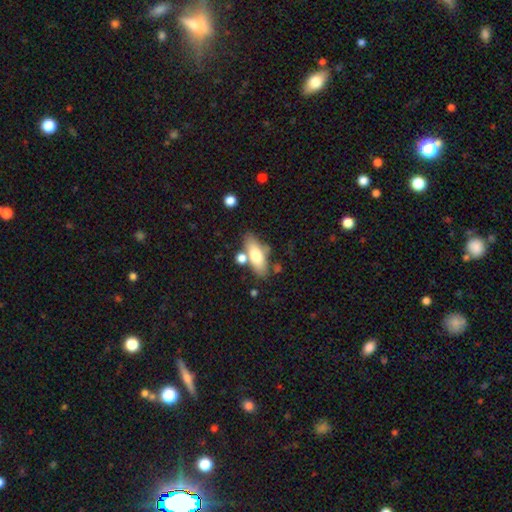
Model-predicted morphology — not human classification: type=smooth (67%); roundness=in between (69%); merging=none (65%).